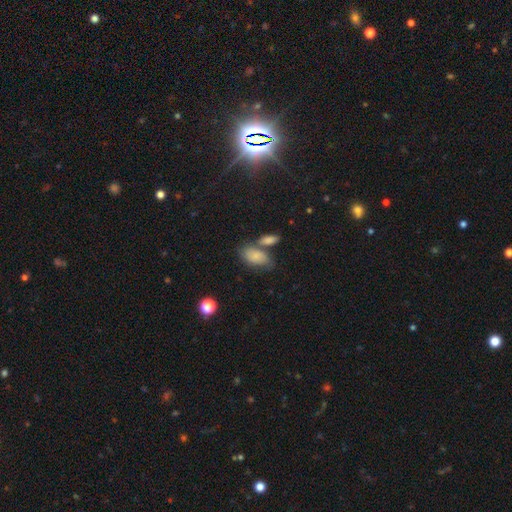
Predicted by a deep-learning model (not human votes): smooth-or-featured: smooth: 81% | featured or disk: 11% | star or artifact: 8%
  how-rounded: in between: 92% | round: 5% | cigar-shaped: 4%
  merging: none: 46% | merger: 32% | minor disturbance: 16% | major disturbance: 6%